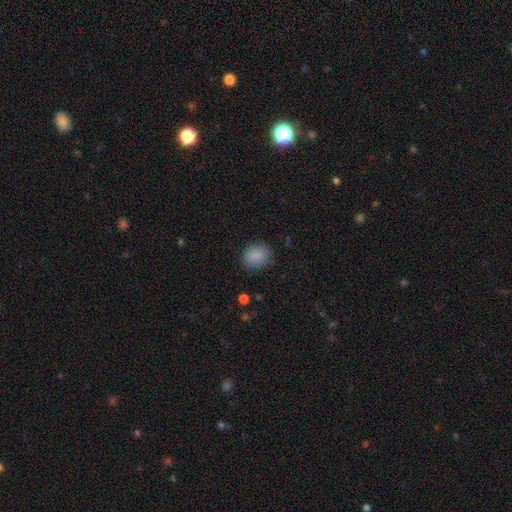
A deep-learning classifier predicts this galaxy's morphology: Smooth or featured: smooth — 88% (star or artifact — 9%)
How rounded: round — 66% (in between — 33%)
Merging: none — 85% (minor disturbance — 11%)